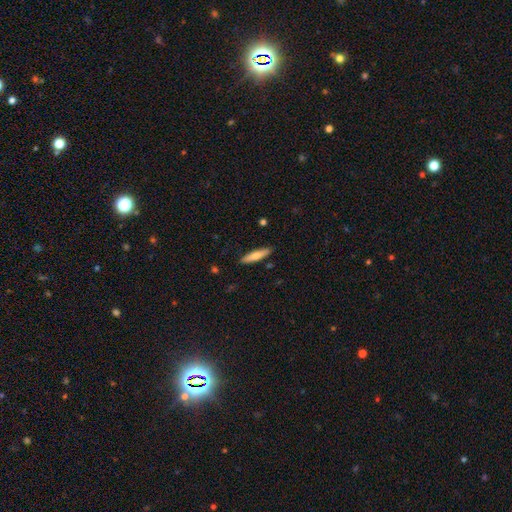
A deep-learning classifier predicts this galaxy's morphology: smooth_or_featured: smooth (p=0.71) [alt: featured or disk p=0.23]
how_rounded: cigar-shaped (p=0.82) [alt: in between p=0.16]
merging: none (p=0.89) [alt: minor disturbance p=0.08]